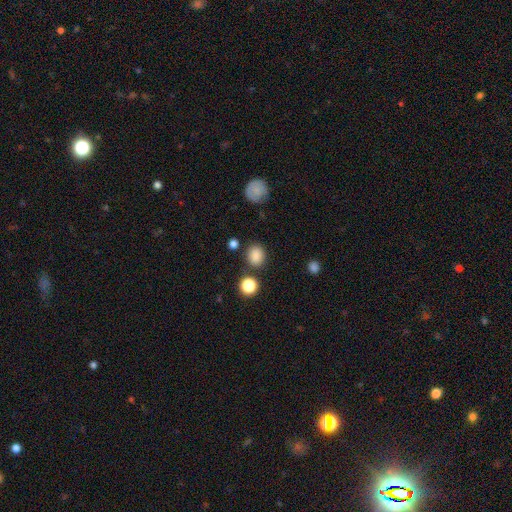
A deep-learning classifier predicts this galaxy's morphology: A smooth galaxy with no disk features (84%) that is round (71%). Merging: none (82%).